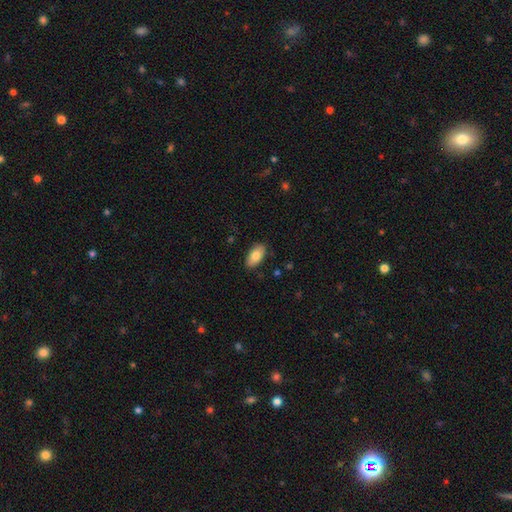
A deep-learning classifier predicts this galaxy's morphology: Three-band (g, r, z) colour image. It shows a smooth galaxy with no disk features (81%) that is in between round and cigar-shaped (94%). Merging: none (87%).